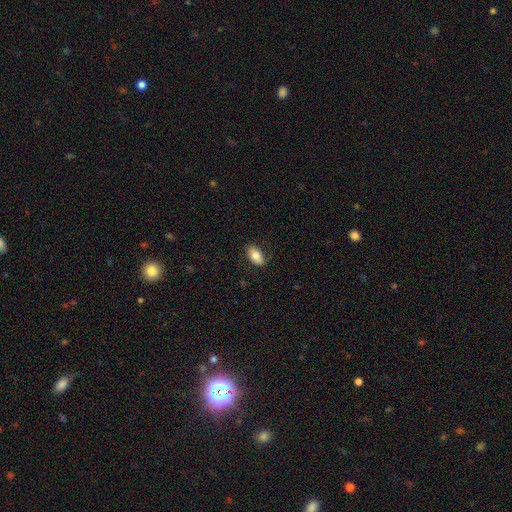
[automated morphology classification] Smooth or featured? smooth (80%)
How rounded? in between (92%)
Merging? none (82%)